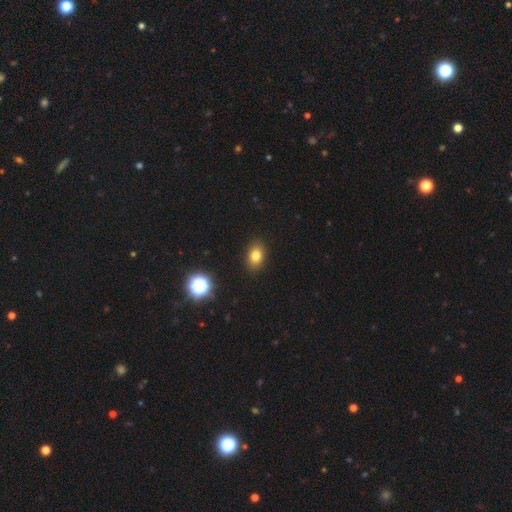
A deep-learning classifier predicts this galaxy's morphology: smooth 79%, star or artifact 13%, featured or disk 7%. Down the decision tree: how rounded — in between (76%); merging — none (88%).